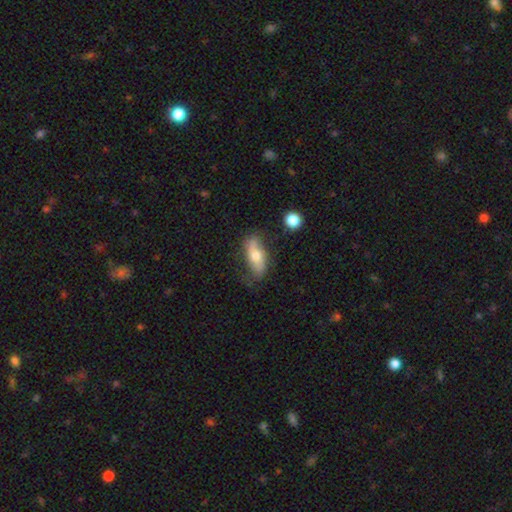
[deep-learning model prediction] Morphology: type=featured or disk (48%); merging=none (66%).